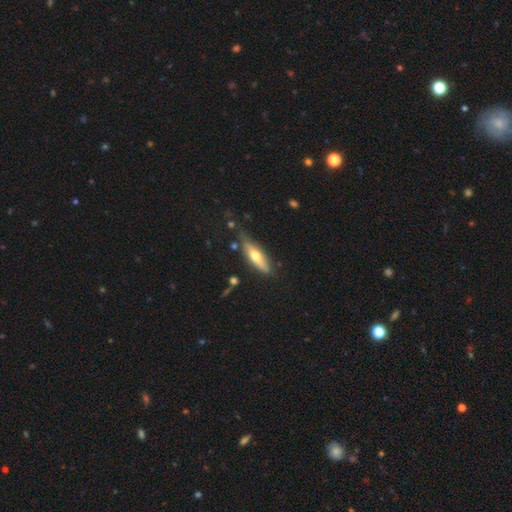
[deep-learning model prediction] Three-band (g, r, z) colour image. It shows a featured or disk galaxy (49%). Merging: none (67%).